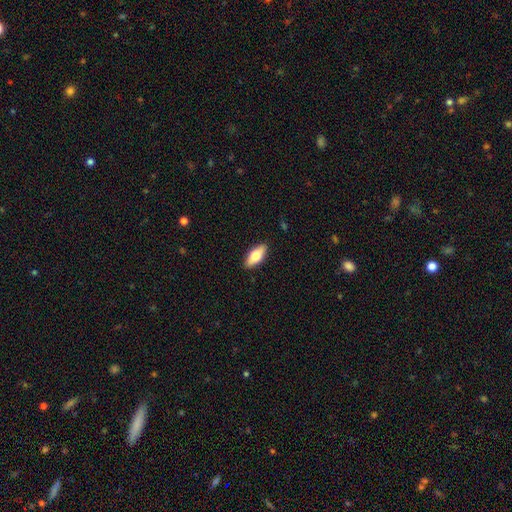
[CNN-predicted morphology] Q: Smooth or featured?
A: smooth (67%); runner-up: featured or disk (27%)
Q: How rounded?
A: in between (80%); runner-up: cigar-shaped (17%)
Q: Merging?
A: none (89%); runner-up: minor disturbance (8%)